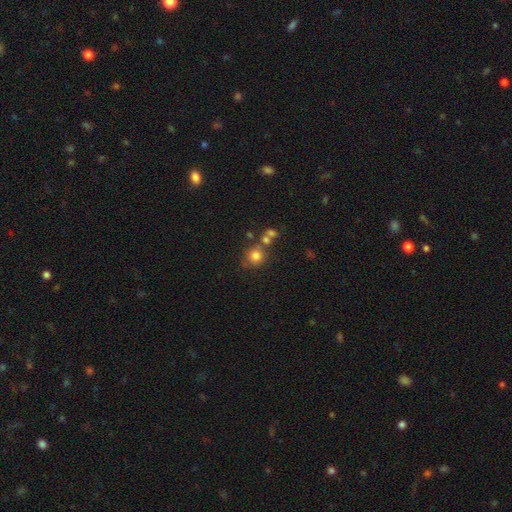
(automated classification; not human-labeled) This is likely a smooth galaxy (78%). How rounded: clearly round (85%). Merging: possibly none (59%).